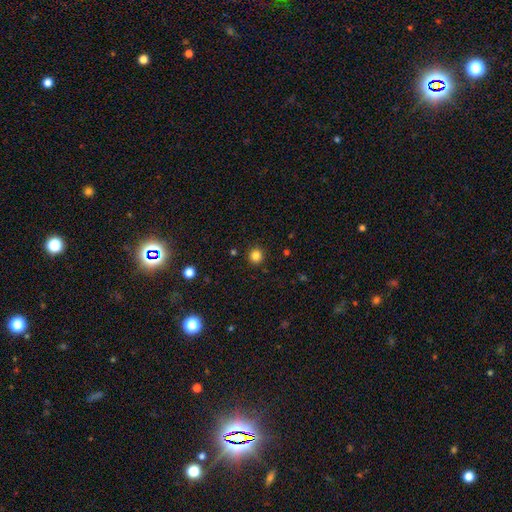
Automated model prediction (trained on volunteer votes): This is clearly a smooth galaxy (83%). How rounded: clearly round (94%). Merging: clearly none (91%).